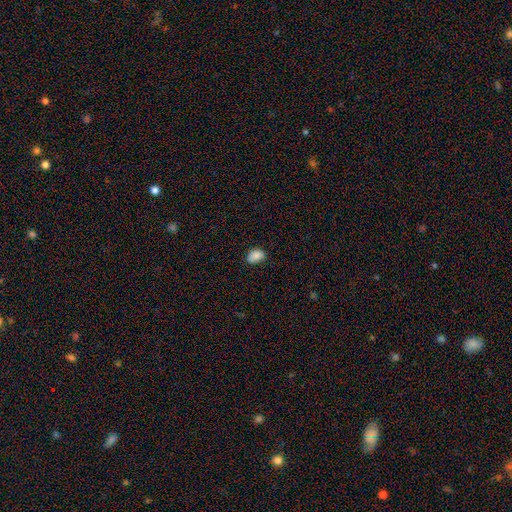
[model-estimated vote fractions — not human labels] smooth 87%, star or artifact 9%, featured or disk 4%. Down the decision tree: how rounded — in between (78%); merging — none (71%).